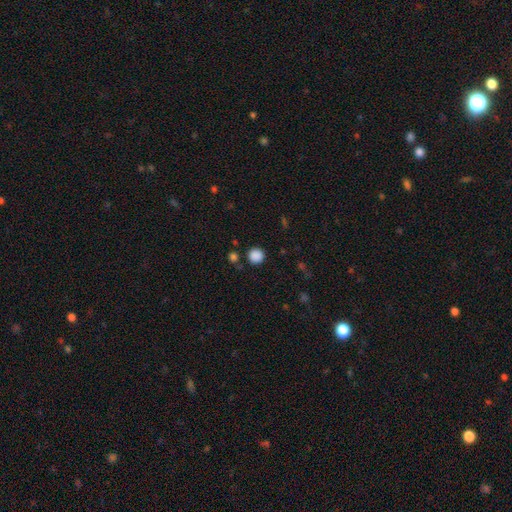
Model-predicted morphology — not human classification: The model was most divided on "smooth or featured": smooth: 87%, star or artifact: 11%, featured or disk: 3%. More confident: how rounded — round (93%); merging — none (85%).